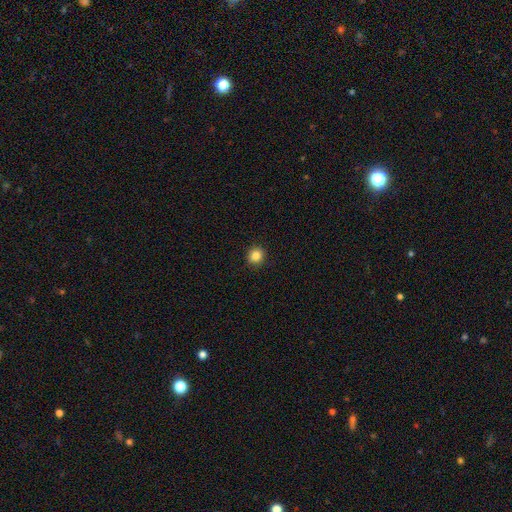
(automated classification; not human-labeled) A smooth galaxy with no disk features (85%) that is round (89%).

Vote fractions:
- Smooth or featured? smooth: 85% / star or artifact: 11% / featured or disk: 4%
- How rounded? round: 89% / in between: 10% / cigar-shaped: 1%
- Merging? none: 92% / minor disturbance: 6% / major disturbance: 2% / merger: 1%